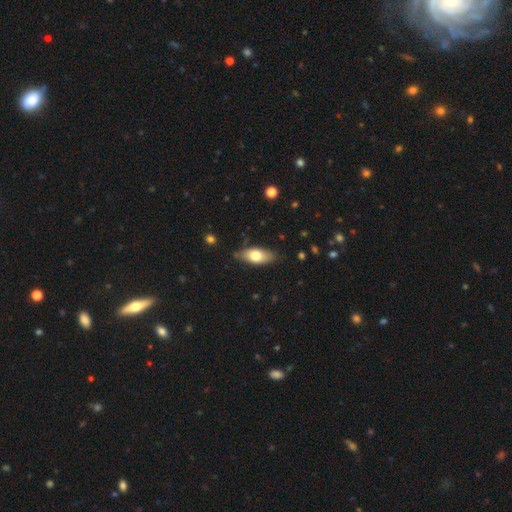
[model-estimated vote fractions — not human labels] The model was most divided on "smooth or featured": smooth: 68%, featured or disk: 25%, star or artifact: 6%. More confident: how rounded — in between (82%); merging — none (78%).